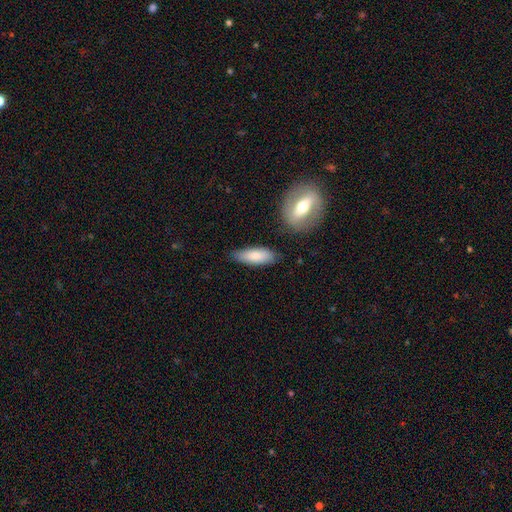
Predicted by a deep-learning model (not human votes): A smooth galaxy with no disk features (80%) that is in between round and cigar-shaped (62%). Merging: none (75%).